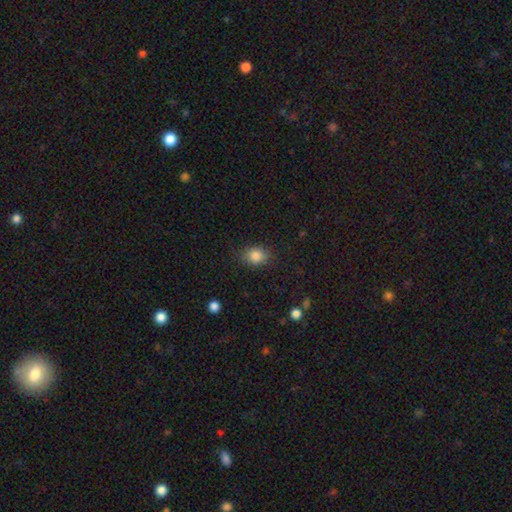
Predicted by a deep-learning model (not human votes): Q: Smooth or featured?
A: smooth (85%); runner-up: star or artifact (10%)
Q: How rounded?
A: in between (51%); runner-up: round (48%)
Q: Merging?
A: none (82%); runner-up: minor disturbance (13%)